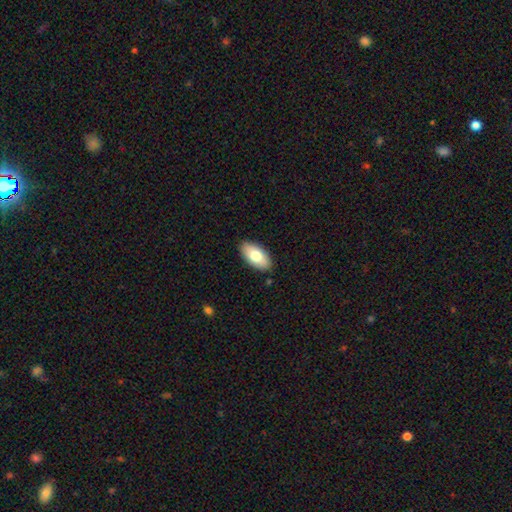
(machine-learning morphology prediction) Smooth or featured: smooth — 76% (featured or disk — 18%)
How rounded: in between — 94% (cigar-shaped — 3%)
Merging: none — 89% (minor disturbance — 8%)